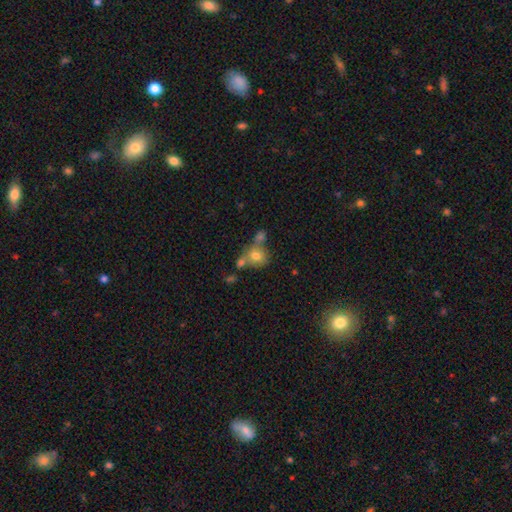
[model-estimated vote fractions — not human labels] A smooth galaxy with no disk features (73%) that is round (71%). Merging: merger (43%).